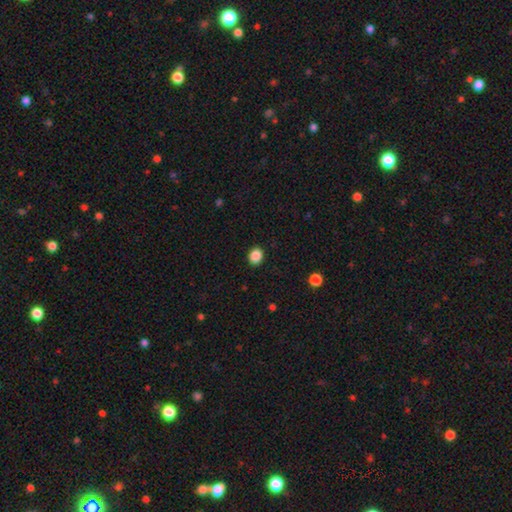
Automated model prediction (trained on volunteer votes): smooth_or_featured: smooth (p=0.87) [alt: star or artifact p=0.10]
how_rounded: round (p=0.63) [alt: in between p=0.36]
merging: none (p=0.90) [alt: minor disturbance p=0.07]